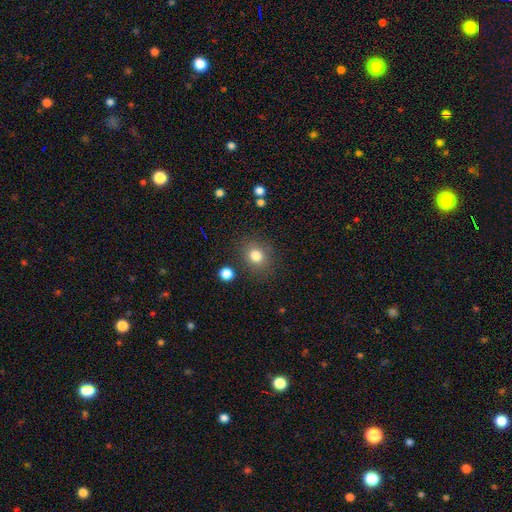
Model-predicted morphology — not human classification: A smooth galaxy with no disk features (80%) that is round (67%). Merging: none (83%).